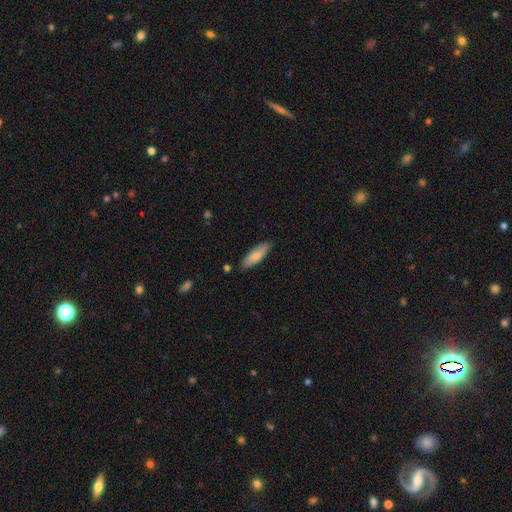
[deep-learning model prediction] Smooth or featured: smooth — 77% (featured or disk — 17%)
How rounded: in between — 52% (cigar-shaped — 46%)
Merging: none — 85% (minor disturbance — 12%)